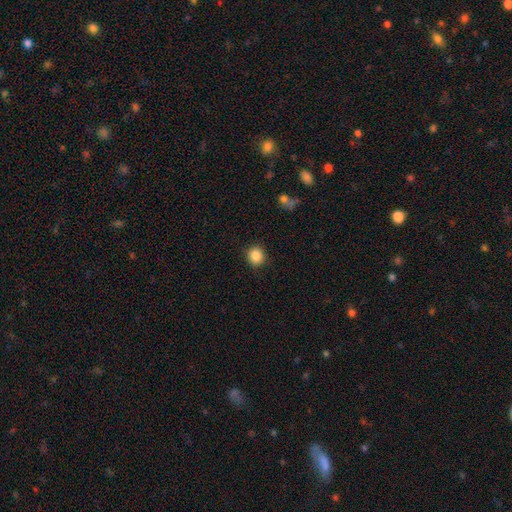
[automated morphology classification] Q: Smooth or featured?
A: smooth (87%); runner-up: star or artifact (10%)
Q: How rounded?
A: round (85%); runner-up: in between (14%)
Q: Merging?
A: none (89%); runner-up: minor disturbance (8%)